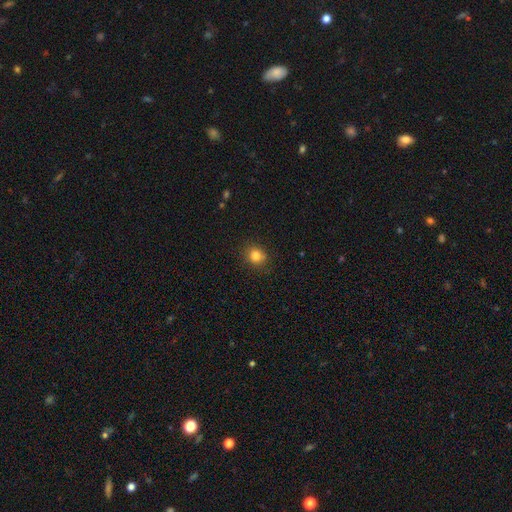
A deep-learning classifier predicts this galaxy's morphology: smooth-or-featured: smooth: 82% | star or artifact: 12% | featured or disk: 6%
  how-rounded: round: 81% | in between: 18% | cigar-shaped: 1%
  merging: none: 88% | minor disturbance: 9% | major disturbance: 2% | merger: 1%